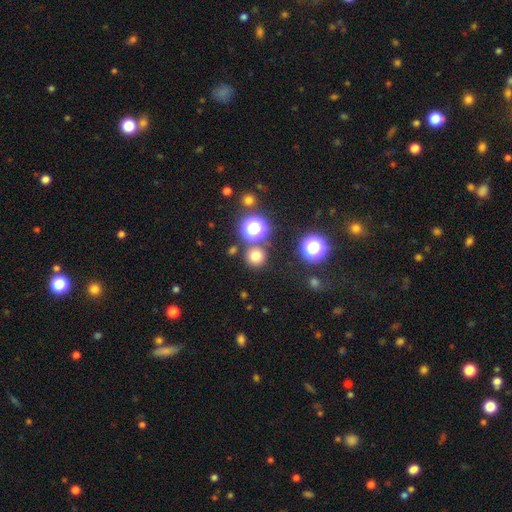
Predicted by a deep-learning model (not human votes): A smooth galaxy with no disk features (72%) that is round (94%).

Vote fractions:
- Smooth or featured? smooth: 72% / star or artifact: 21% / featured or disk: 7%
- How rounded? round: 94% / in between: 5% / cigar-shaped: 1%
- Merging? none: 83% / merger: 8% / minor disturbance: 7% / major disturbance: 3%